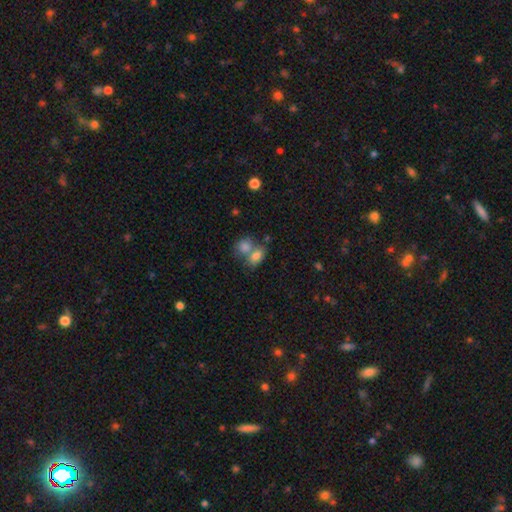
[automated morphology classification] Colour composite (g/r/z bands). It shows a smooth galaxy with no disk features (79%) that is in between round and cigar-shaped (78%). Merging: merger (53%).